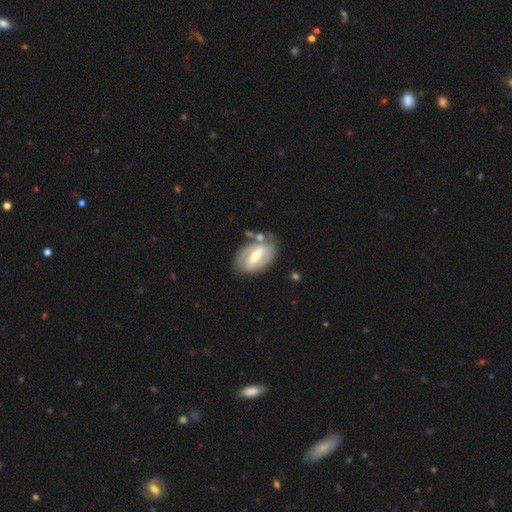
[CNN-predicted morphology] smooth_or_featured: featured or disk (p=0.74) [alt: smooth p=0.21]
disk_edge_on: no (p=0.93) [alt: yes p=0.07]
bar: strong (p=0.58) [alt: weak p=0.30]
has_spiral_arms: yes (p=0.74) [alt: no p=0.26]
spiral_winding: tight (p=0.42) [alt: medium p=0.38]
spiral_arm_count: 2 (p=0.75) [alt: can't tell p=0.15]
bulge_size: moderate (p=0.58) [alt: small p=0.37]
merging: none (p=0.69) [alt: minor disturbance p=0.16]